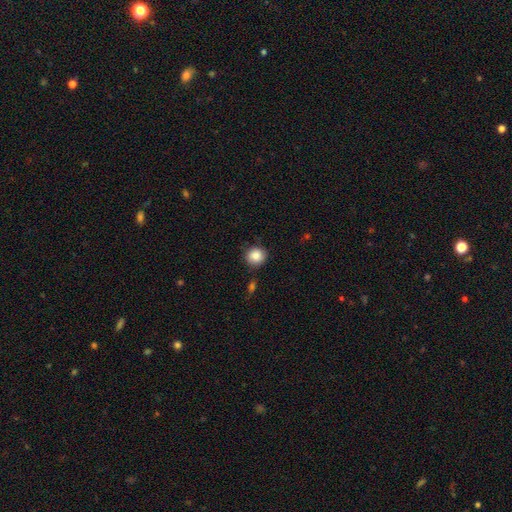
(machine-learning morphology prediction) The model was most divided on "merging": none: 83%, minor disturbance: 12%, merger: 3%, major disturbance: 3%. More confident: how rounded — round (88%); smooth or featured — smooth (86%).